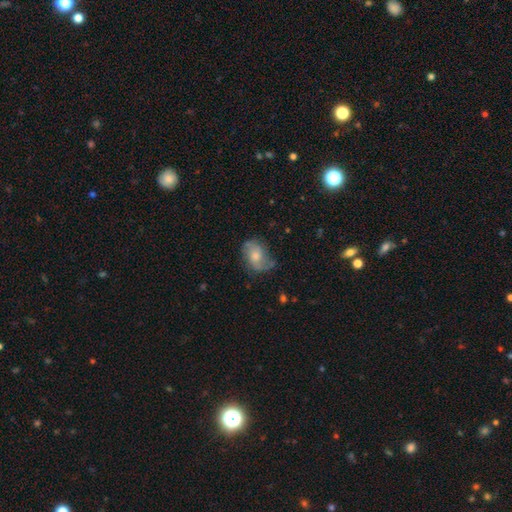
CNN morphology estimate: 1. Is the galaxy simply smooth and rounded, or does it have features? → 47% featured or disk, 44% smooth, 9% star or artifact.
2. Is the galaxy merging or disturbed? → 58% none, 27% minor disturbance, 13% major disturbance, 2% merger.